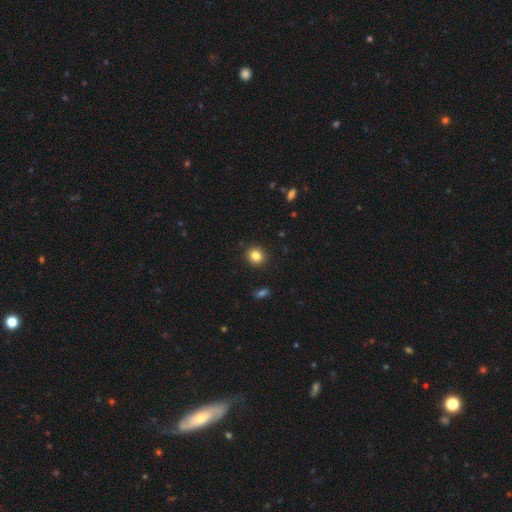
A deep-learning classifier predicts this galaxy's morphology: Overall: smooth (83%). How rounded: round (77%). Merging: none (91%).